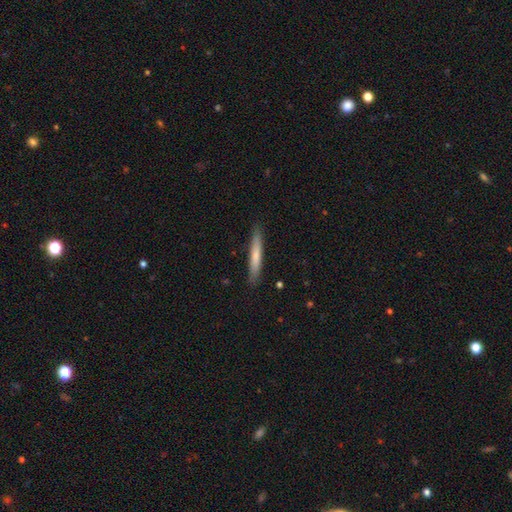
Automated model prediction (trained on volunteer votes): smooth-or-featured: smooth: 68% | featured or disk: 26% | star or artifact: 5%
  how-rounded: cigar-shaped: 94% | in between: 4% | round: 1%
  merging: none: 89% | minor disturbance: 8% | major disturbance: 2% | merger: 1%